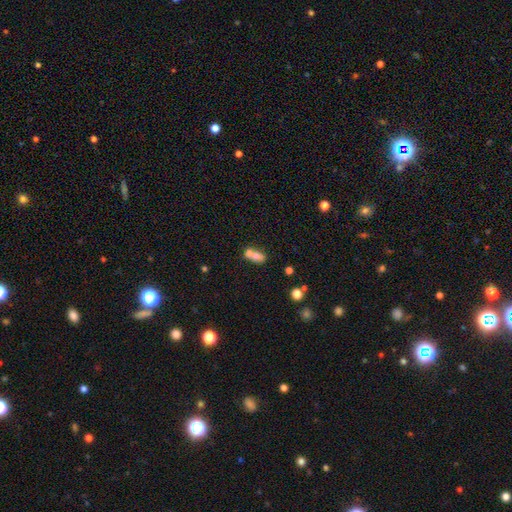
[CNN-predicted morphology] smooth-or-featured: smooth: 65% | featured or disk: 24% | star or artifact: 11%
  how-rounded: in between: 70% | round: 24% | cigar-shaped: 6%
  merging: merger: 61% | none: 27% | minor disturbance: 8% | major disturbance: 4%